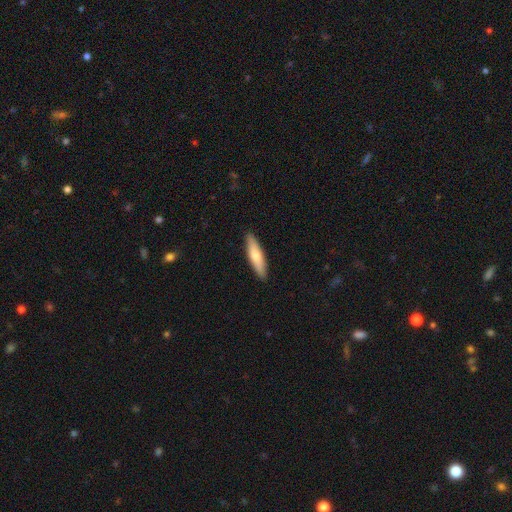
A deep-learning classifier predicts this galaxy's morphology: This appears to be a smooth galaxy with no disk features (71%) that is cigar-shaped (77%). Merging: none (90%).